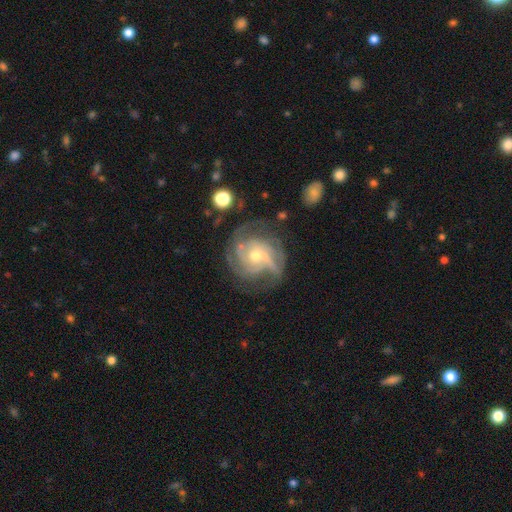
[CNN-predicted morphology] This is clearly a featured or disk galaxy (86%). It is clearly not viewed edge-on (98%). Bar: likely no (69%). Spiral arm pattern: clearly yes (95%). Spiral arm count: marginally 3 (32%). Spiral winding: possibly tight (48%). Central bulge: possibly small (53%). Merging: likely none (64%).